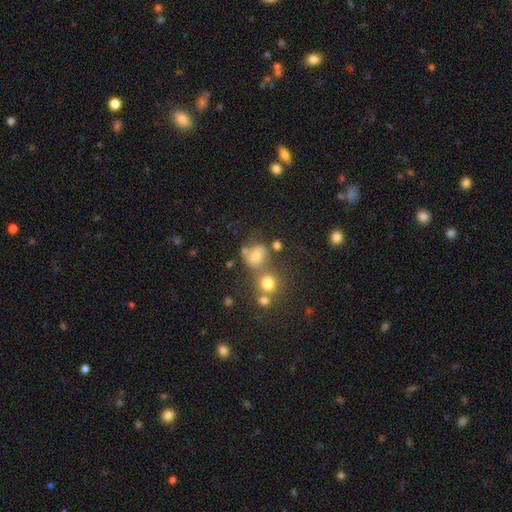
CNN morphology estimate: smooth 63%, featured or disk 20%, star or artifact 17%. Down the decision tree: how rounded — round (61%); merging — none (40%).